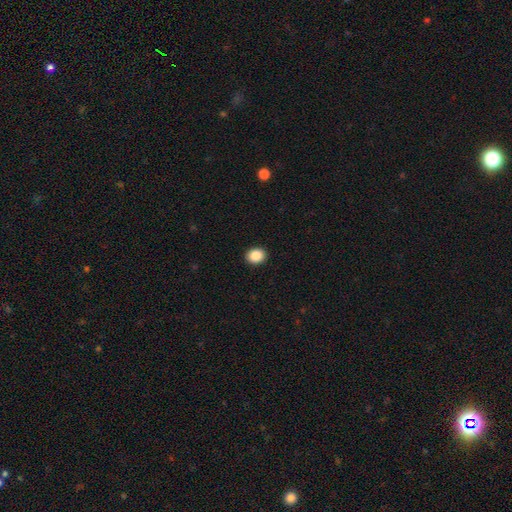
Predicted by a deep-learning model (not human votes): Smooth or featured? smooth (88%)
How rounded? round (58%)
Merging? none (92%)